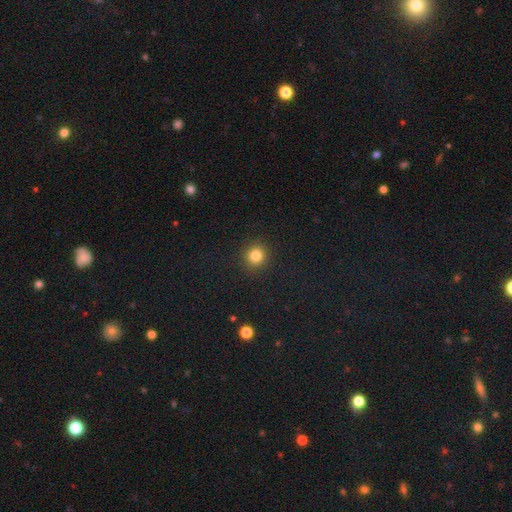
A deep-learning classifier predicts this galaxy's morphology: smooth 82%, star or artifact 13%, featured or disk 5%. Down the decision tree: how rounded — round (91%); merging — none (92%).